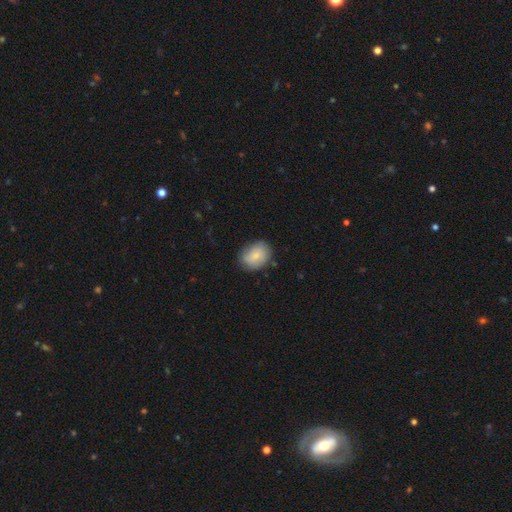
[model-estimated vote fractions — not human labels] Smooth or featured? smooth (77%)
How rounded? in between (59%)
Merging? none (73%)